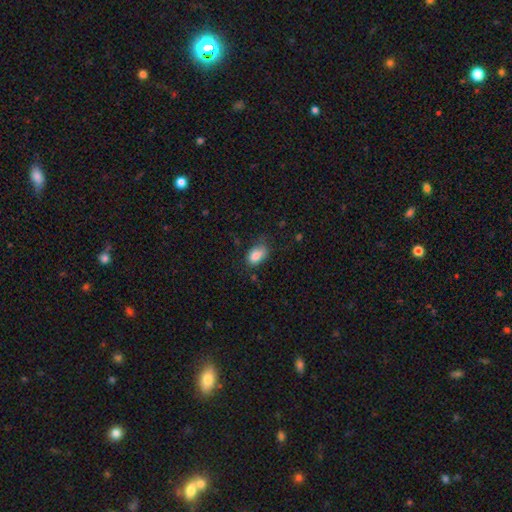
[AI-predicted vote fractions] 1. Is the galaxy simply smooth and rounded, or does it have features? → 83% smooth, 9% star or artifact, 8% featured or disk.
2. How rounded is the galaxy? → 86% in between, 13% round, 2% cigar-shaped.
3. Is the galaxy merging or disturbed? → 53% none, 33% minor disturbance, 11% major disturbance, 3% merger.